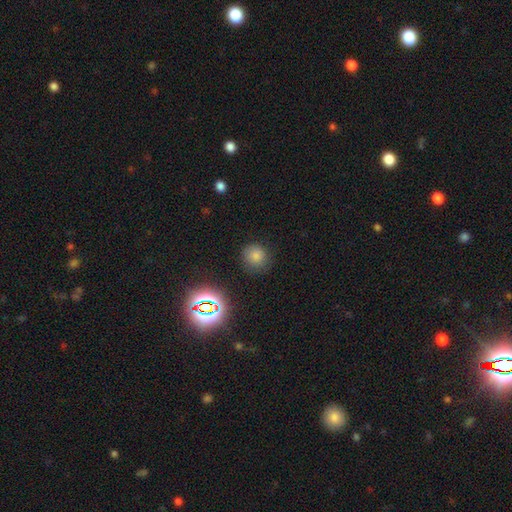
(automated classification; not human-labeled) smooth-or-featured: smooth: 74% | star or artifact: 19% | featured or disk: 7%
  how-rounded: round: 87% | in between: 12% | cigar-shaped: 1%
  merging: none: 84% | minor disturbance: 11% | major disturbance: 4% | merger: 2%